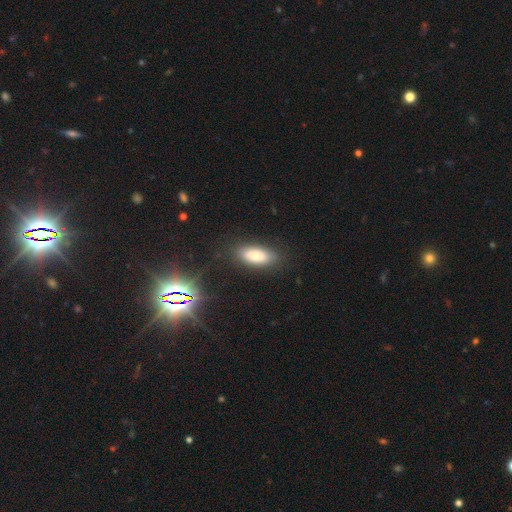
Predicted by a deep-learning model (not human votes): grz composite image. It shows a smooth galaxy with no disk features (79%) that is in between round and cigar-shaped (83%). Merging: none (84%).